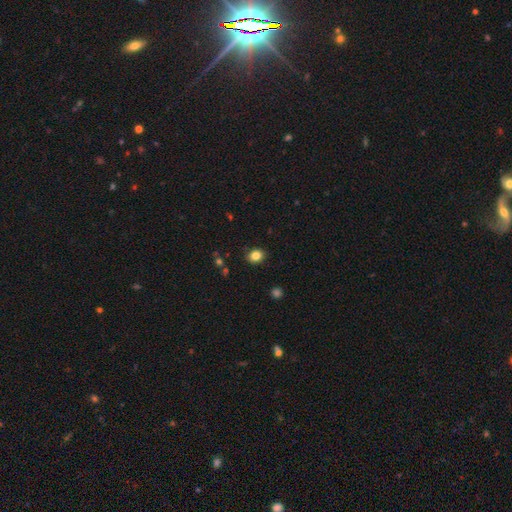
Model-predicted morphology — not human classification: Smooth or featured? smooth (84%)
How rounded? round (55%)
Merging? none (88%)